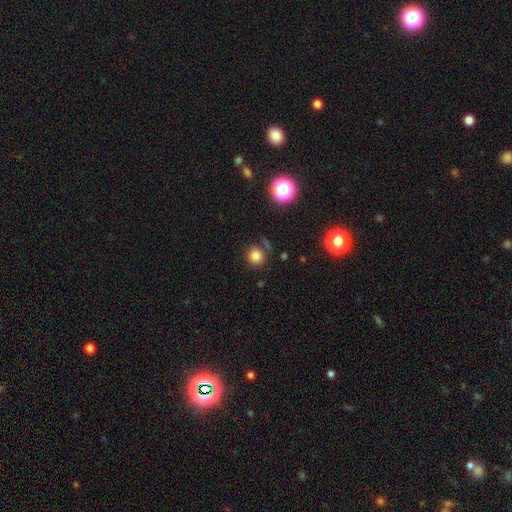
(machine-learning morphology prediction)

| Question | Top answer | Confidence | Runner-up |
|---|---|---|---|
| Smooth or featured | smooth | 79% | star or artifact (15%) |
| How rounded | round | 89% | in between (10%) |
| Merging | none | 78% | minor disturbance (11%) |